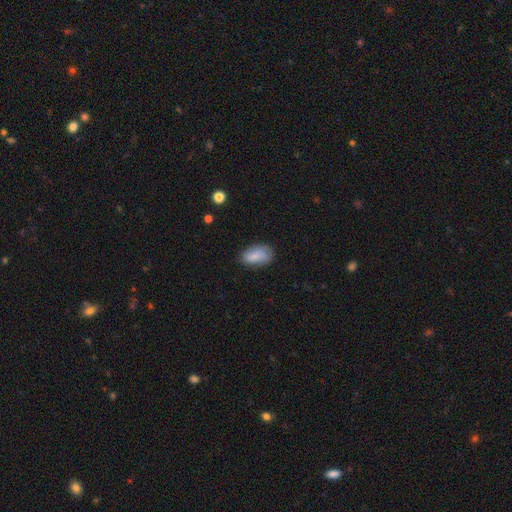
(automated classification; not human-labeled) Smooth or featured? smooth (82%)
How rounded? in between (92%)
Merging? none (68%)